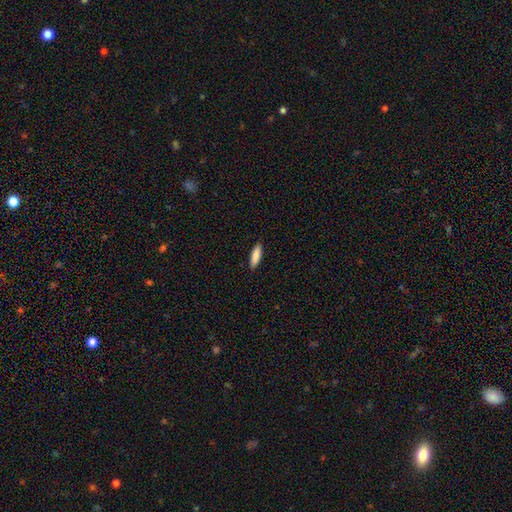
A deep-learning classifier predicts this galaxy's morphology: This is clearly a smooth galaxy (87%). How rounded: likely cigar-shaped (60%). Merging: clearly none (90%).